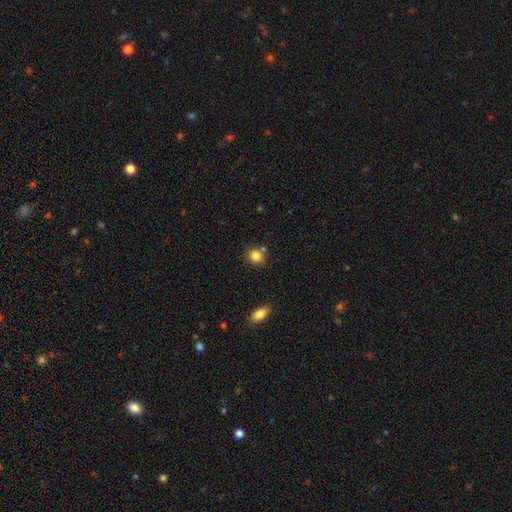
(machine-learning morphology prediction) smooth_or_featured: smooth (p=0.83) [alt: star or artifact p=0.11]
how_rounded: round (p=0.81) [alt: in between p=0.18]
merging: none (p=0.69) [alt: merger p=0.14]